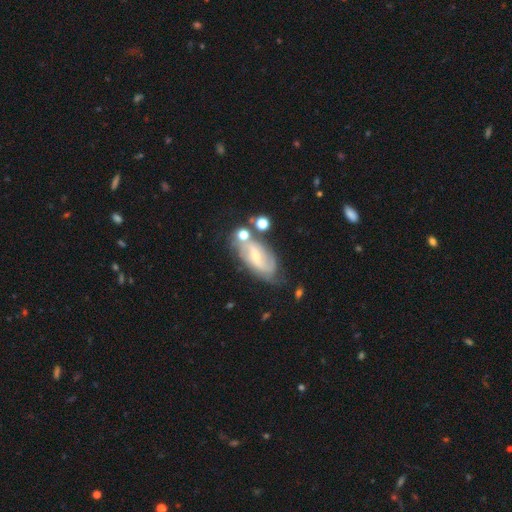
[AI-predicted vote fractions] Q: Smooth or featured?
A: featured or disk (76%); runner-up: smooth (17%)
Q: Edge-on disk?
A: no (93%); runner-up: yes (7%)
Q: Bar?
A: weak (48%); runner-up: strong (29%)
Q: Spiral arms?
A: yes (90%); runner-up: no (10%)
Q: Spiral winding?
A: medium (42%); runner-up: loose (31%)
Q: Spiral arm count?
A: 2 (70%); runner-up: can't tell (18%)
Q: Bulge size?
A: small (67%); runner-up: moderate (27%)
Q: Merging?
A: none (60%); runner-up: minor disturbance (21%)